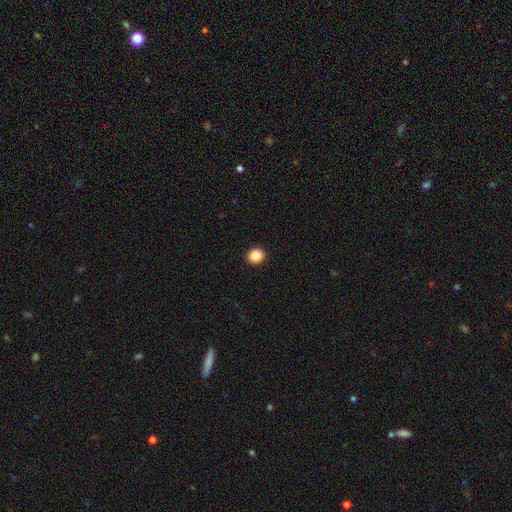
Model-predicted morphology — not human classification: The model was most divided on "how rounded": round: 78%, in between: 21%, cigar-shaped: 1%. More confident: merging — none (93%); smooth or featured — smooth (87%).